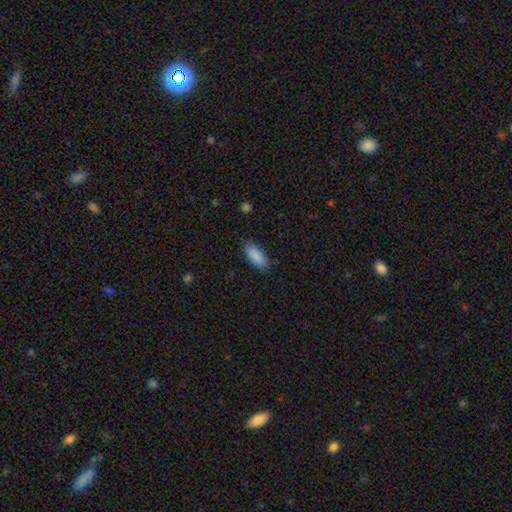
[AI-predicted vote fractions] Q: Smooth or featured?
A: smooth (89%); runner-up: star or artifact (6%)
Q: How rounded?
A: in between (82%); runner-up: cigar-shaped (16%)
Q: Merging?
A: none (85%); runner-up: minor disturbance (12%)